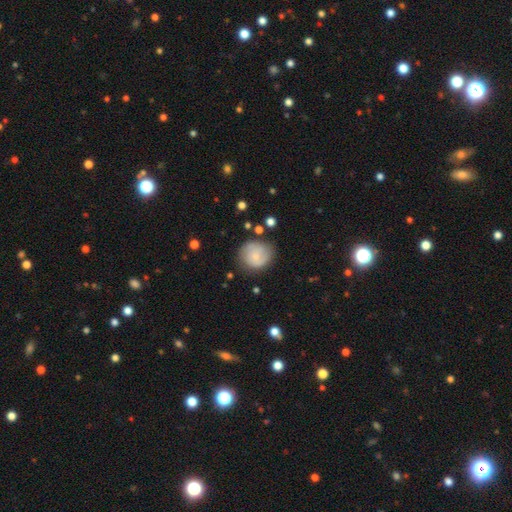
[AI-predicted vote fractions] smooth 57%, featured or disk 35%, star or artifact 8%. Down the decision tree: how rounded — round (81%); merging — none (71%).